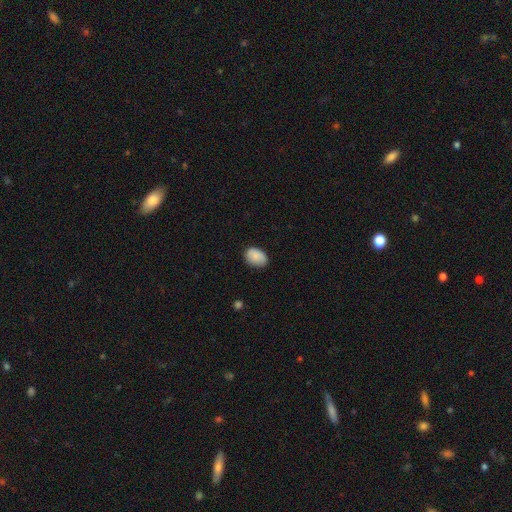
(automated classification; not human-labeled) Overall: smooth (87%). How rounded: in between (78%). Merging: none (76%).